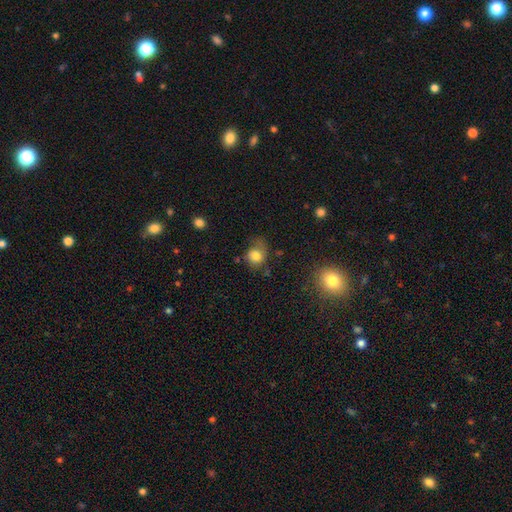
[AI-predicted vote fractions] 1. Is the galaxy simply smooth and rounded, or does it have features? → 75% smooth, 14% featured or disk, 11% star or artifact.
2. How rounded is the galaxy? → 58% round, 40% in between, 1% cigar-shaped.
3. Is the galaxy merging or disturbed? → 44% none, 31% minor disturbance, 21% major disturbance, 4% merger.